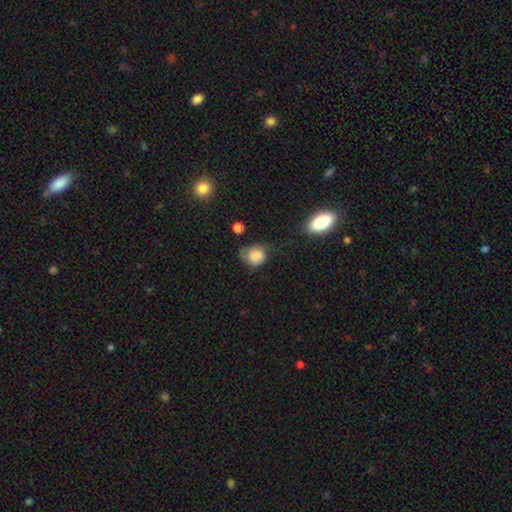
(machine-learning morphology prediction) smooth 76%, featured or disk 14%, star or artifact 9%. Down the decision tree: how rounded — round (57%); merging — minor disturbance (37%).